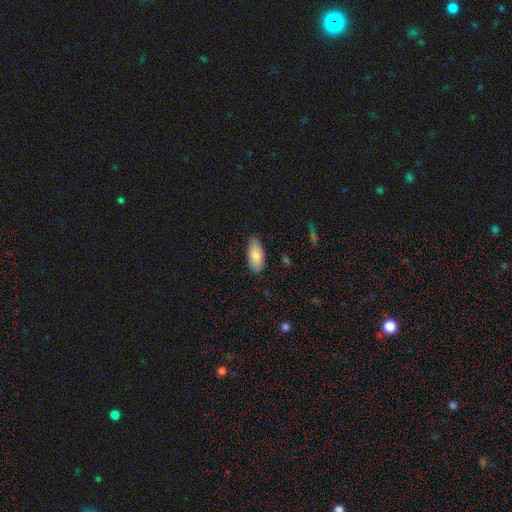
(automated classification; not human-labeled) smooth_or_featured: smooth (p=0.85) [alt: featured or disk p=0.09]
how_rounded: in between (p=0.89) [alt: cigar-shaped p=0.09]
merging: none (p=0.85) [alt: minor disturbance p=0.12]